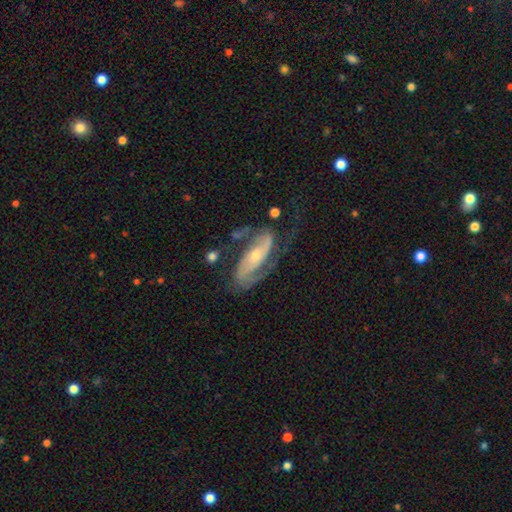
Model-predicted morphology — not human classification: smooth-or-featured: featured or disk: 86% | smooth: 8% | star or artifact: 5%
  disk-edge-on: no: 93% | yes: 7%
    bar: no: 39% | strong: 31% | weak: 30%
    has-spiral-arms: yes: 96% | no: 4%
      spiral-winding: medium: 47% | tight: 31% | loose: 22%
      spiral-arm-count: 2: 85% | can't tell: 6% | 1: 5% | 3: 2% | 4: 1% | more than 4: 1%
    bulge-size: small: 59% | moderate: 36% | large: 3% | none: 2% | dominant: 1%
  merging: none: 56% | major disturbance: 21% | minor disturbance: 19% | merger: 4%